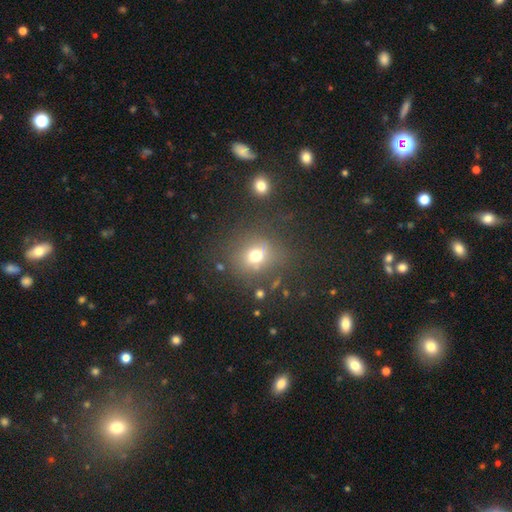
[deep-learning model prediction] smooth-or-featured: smooth: 64% | star or artifact: 20% | featured or disk: 16%
  how-rounded: round: 73% | in between: 25% | cigar-shaped: 2%
  merging: none: 72% | minor disturbance: 14% | major disturbance: 8% | merger: 6%